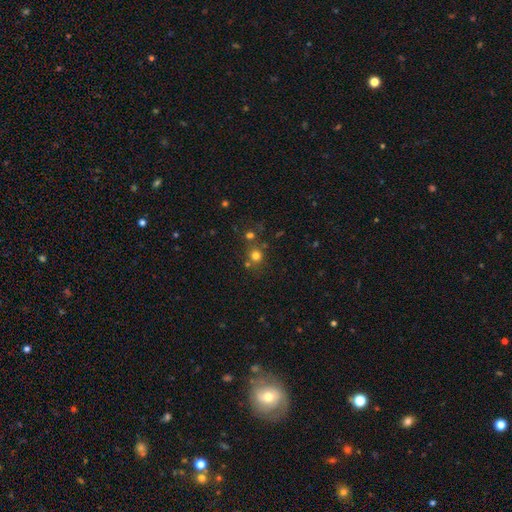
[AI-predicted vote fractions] Smooth or featured? smooth (71%)
How rounded? round (87%)
Merging? none (68%)